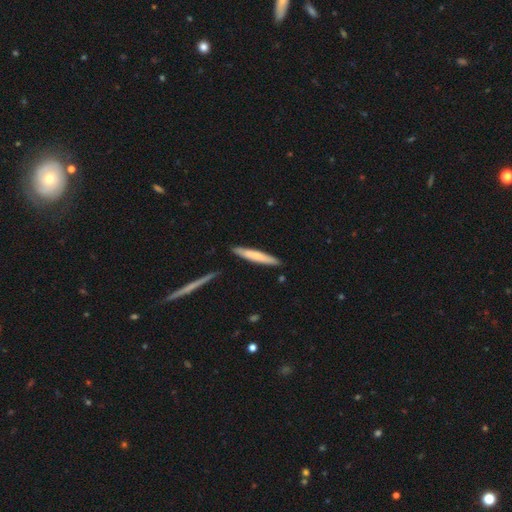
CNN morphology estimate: This appears to be a smooth galaxy with no disk features (67%) that is cigar-shaped (93%). Merging: none (87%).